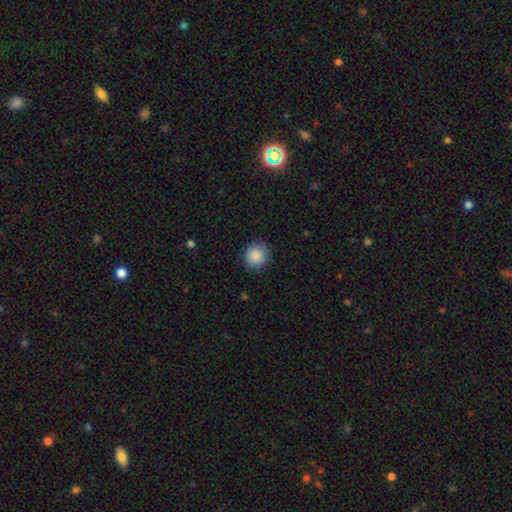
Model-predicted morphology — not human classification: Smooth or featured?
  - smooth: 88% *
  - star or artifact: 8%
  - featured or disk: 4%
How rounded?
  - round: 93% *
  - in between: 6%
  - cigar-shaped: 1%
Merging?
  - none: 88% *
  - minor disturbance: 9%
  - major disturbance: 2%
  - merger: 1%